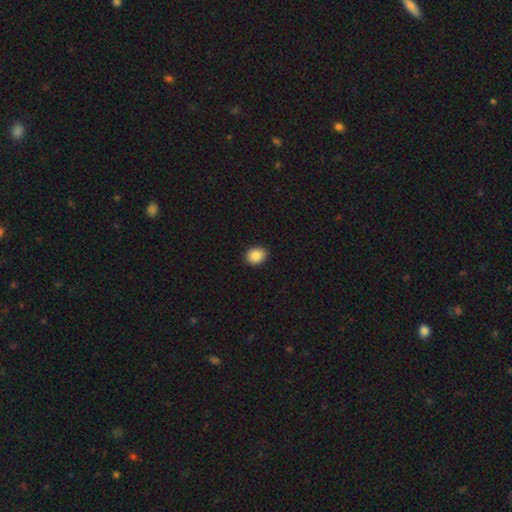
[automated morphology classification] Smooth or featured?
  - smooth: 88% *
  - star or artifact: 8%
  - featured or disk: 4%
How rounded?
  - round: 51% *
  - in between: 48%
  - cigar-shaped: 1%
Merging?
  - none: 91% *
  - minor disturbance: 6%
  - major disturbance: 2%
  - merger: 1%